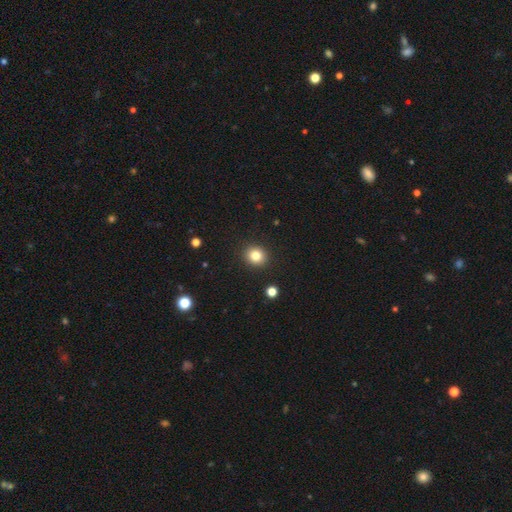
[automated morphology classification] The model was most divided on "how rounded": round: 82%, in between: 17%, cigar-shaped: 1%. More confident: merging — none (91%); smooth or featured — smooth (83%).